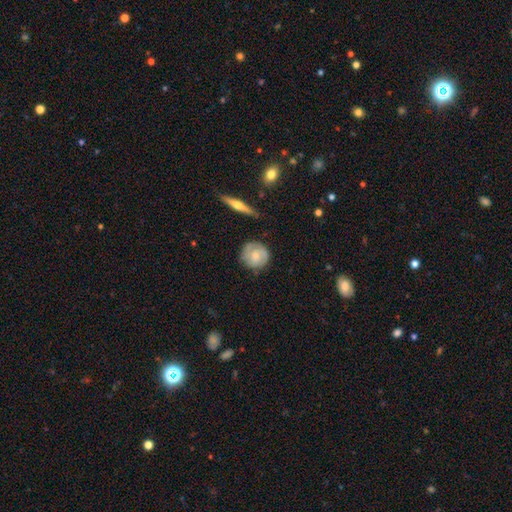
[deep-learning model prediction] Q: Smooth or featured?
A: featured or disk (53%); runner-up: smooth (41%)
Q: Edge-on disk?
A: no (92%); runner-up: yes (8%)
Q: Merging?
A: none (74%); runner-up: minor disturbance (19%)